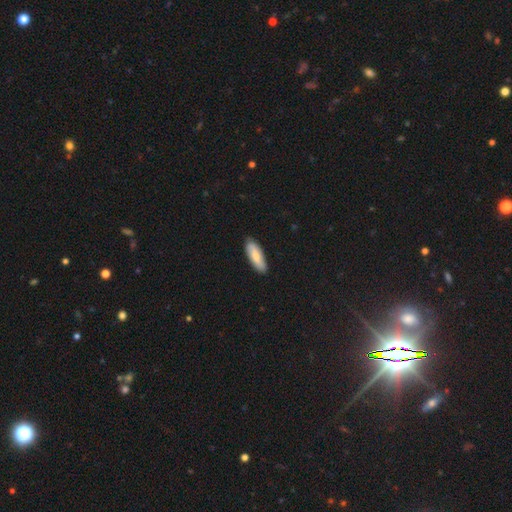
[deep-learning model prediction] This appears to be a smooth galaxy with no disk features (73%) that is in between round and cigar-shaped (64%). Merging: none (86%).